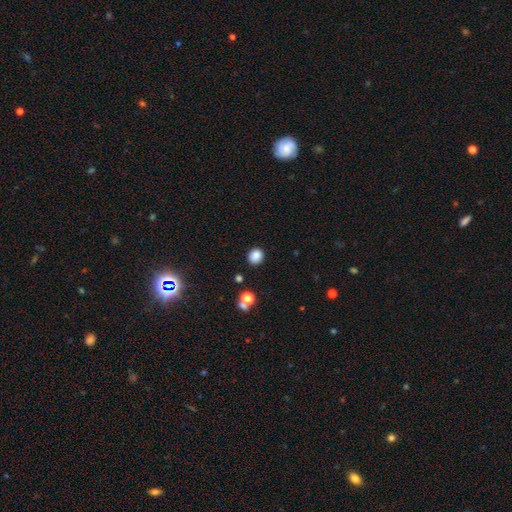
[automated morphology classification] smooth-or-featured: smooth: 85% | star or artifact: 11% | featured or disk: 4%
  how-rounded: round: 84% | in between: 15% | cigar-shaped: 1%
  merging: none: 89% | minor disturbance: 7% | major disturbance: 2% | merger: 2%